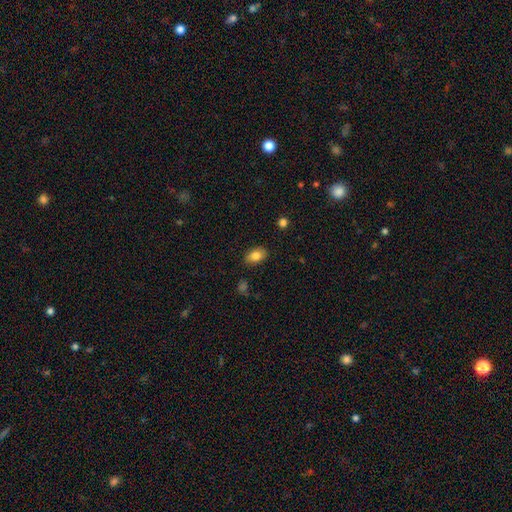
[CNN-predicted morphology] This appears to be a smooth galaxy with no disk features (83%) that is in between round and cigar-shaped (88%). Merging: none (86%).